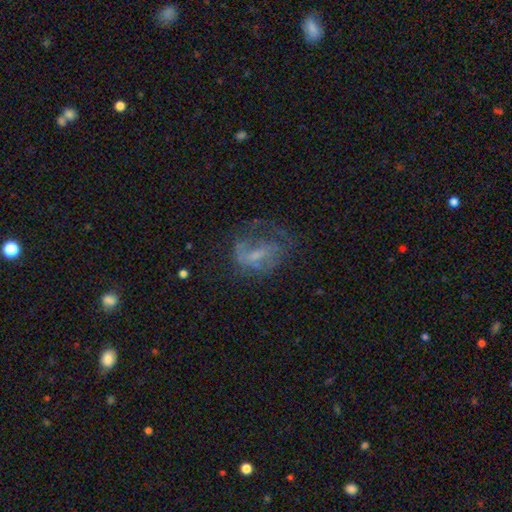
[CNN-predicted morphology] A featured or disk galaxy (56%) with no bar (52%), no spiral arms (55%) and a small central bulge (43%). Merging: major disturbance (39%).